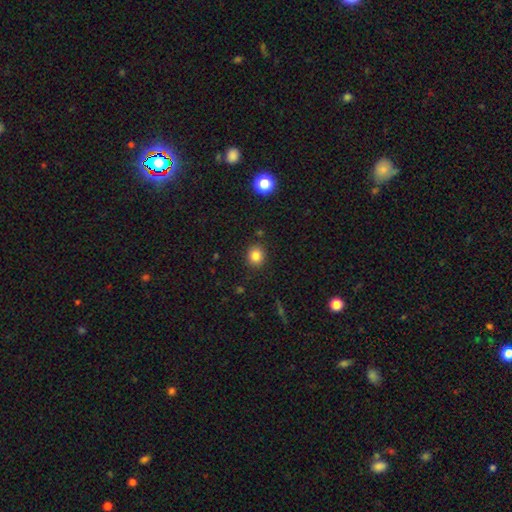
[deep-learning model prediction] Smooth or featured? Predicted: smooth (p=0.83). How rounded? Predicted: round (p=0.81). Merging? Predicted: none (p=0.89).